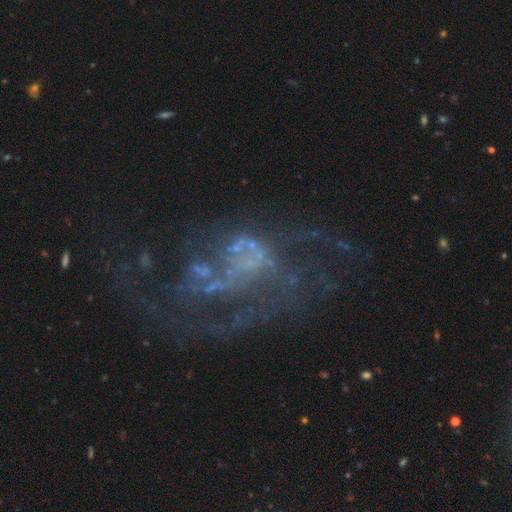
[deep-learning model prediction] smooth-or-featured: featured or disk: 68% | star or artifact: 20% | smooth: 12%
  disk-edge-on: no: 98% | yes: 2%
    bar: no: 83% | weak: 13% | strong: 4%
    has-spiral-arms: no: 59% | yes: 41%
    bulge-size: none: 72% | small: 16% | moderate: 8% | large: 2% | dominant: 1%
  merging: major disturbance: 44% | none: 35% | minor disturbance: 13% | merger: 8%